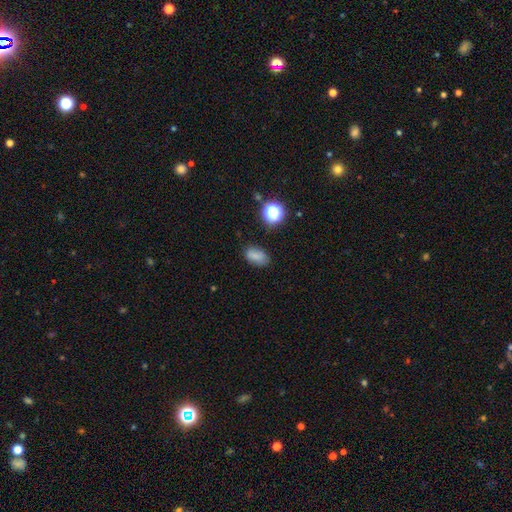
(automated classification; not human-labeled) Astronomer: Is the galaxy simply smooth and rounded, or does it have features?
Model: smooth — 79%.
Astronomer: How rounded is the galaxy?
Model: in between — 86%.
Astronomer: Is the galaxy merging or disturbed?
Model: none — 78%.